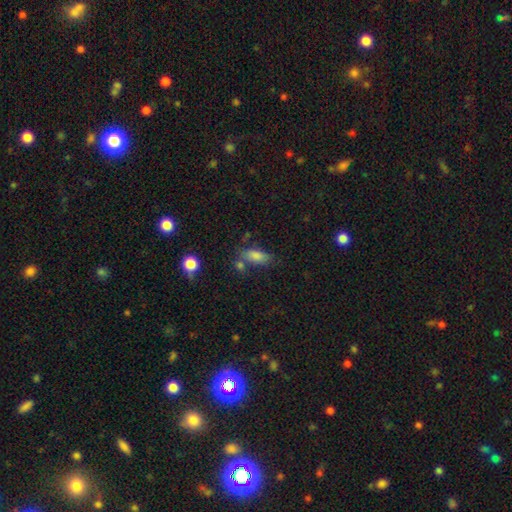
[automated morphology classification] Smooth or featured? smooth (79%)
How rounded? in between (76%)
Merging? none (58%)